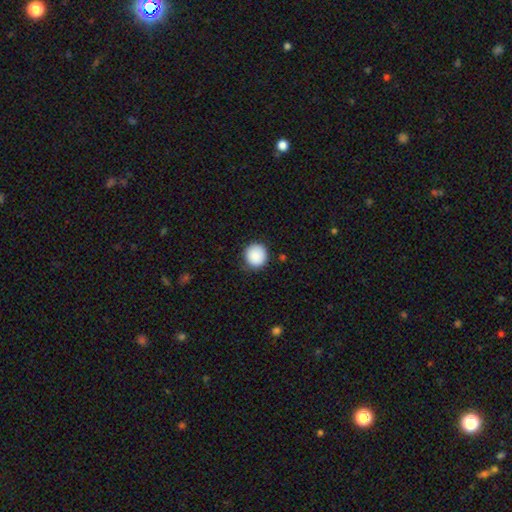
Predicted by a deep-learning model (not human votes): A smooth galaxy with no disk features (89%) that is round (93%). Merging: none (87%).